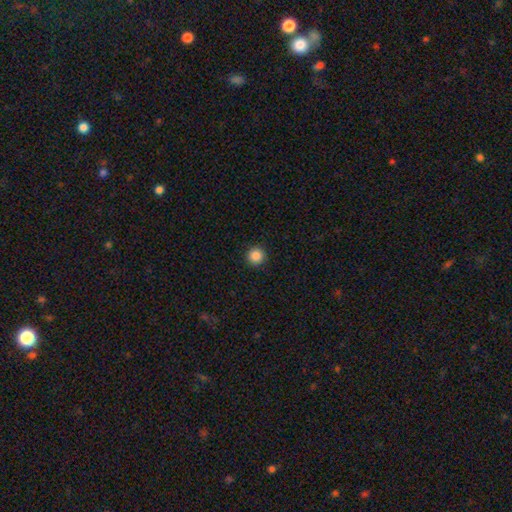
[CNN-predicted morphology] A smooth galaxy with no disk features (87%) that is round (96%). Merging: none (93%).